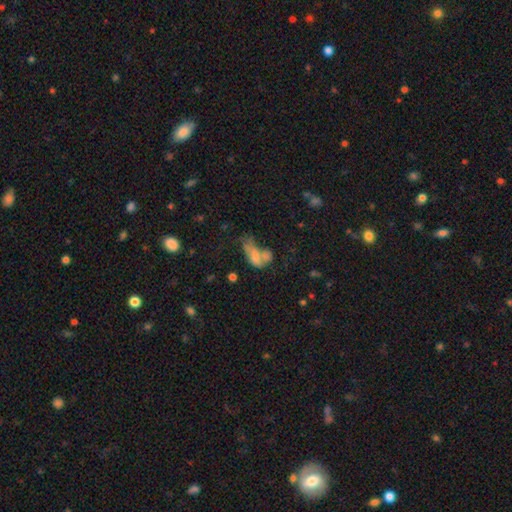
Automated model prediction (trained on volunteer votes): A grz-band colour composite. It shows a smooth galaxy with no disk features (58%) that is in between round and cigar-shaped (83%). Merging: merger (46%).